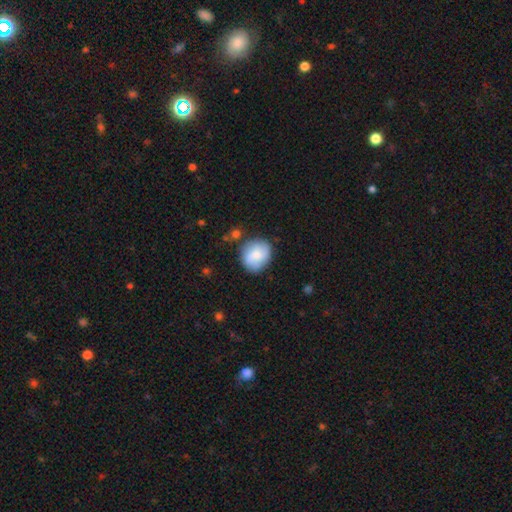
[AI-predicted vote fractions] Morphology: type=smooth (69%); roundness=round (77%); merging=none (72%).